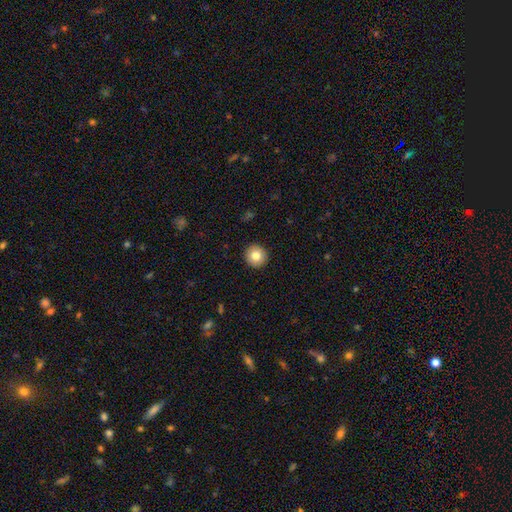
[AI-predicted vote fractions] Smooth or featured?
  - smooth: 81% *
  - featured or disk: 10%
  - star or artifact: 9%
How rounded?
  - round: 96% *
  - in between: 4%
  - cigar-shaped: 1%
Merging?
  - none: 93% *
  - minor disturbance: 5%
  - major disturbance: 1%
  - merger: 1%